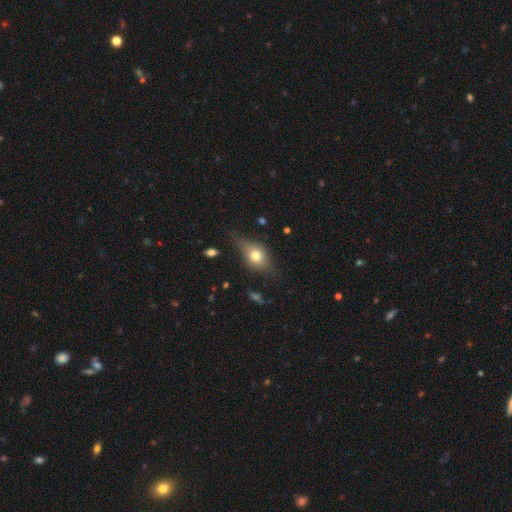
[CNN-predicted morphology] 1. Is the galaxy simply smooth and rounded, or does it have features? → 67% smooth, 23% featured or disk, 10% star or artifact.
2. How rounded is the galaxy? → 67% in between, 28% round, 5% cigar-shaped.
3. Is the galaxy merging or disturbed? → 57% none, 30% minor disturbance, 11% major disturbance, 2% merger.